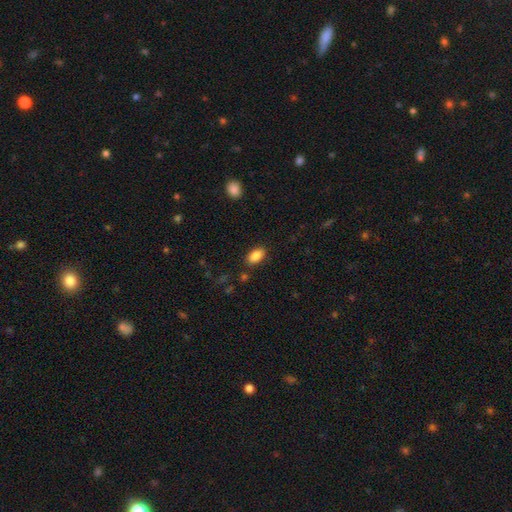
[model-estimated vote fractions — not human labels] Smooth or featured? smooth (87%)
How rounded? in between (92%)
Merging? none (85%)